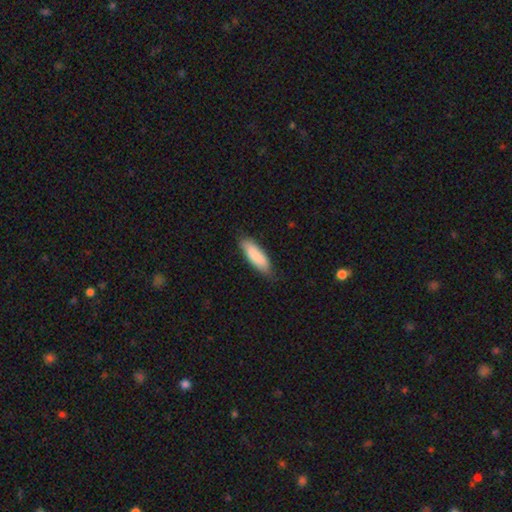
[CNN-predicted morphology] Smooth or featured? Predicted: smooth (p=0.87). How rounded? Predicted: in between (p=0.56). Merging? Predicted: none (p=0.78).